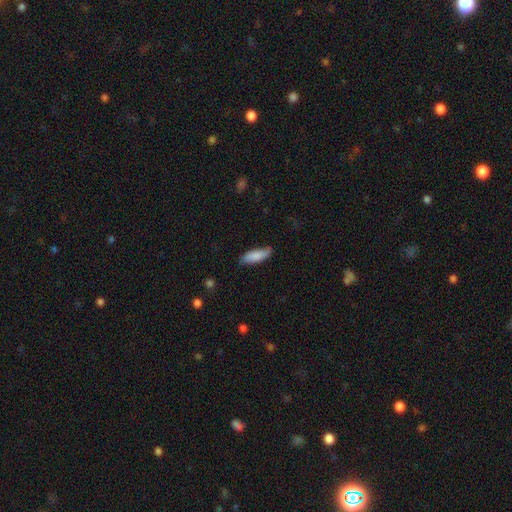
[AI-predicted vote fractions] Q: Smooth or featured?
A: smooth (84%); runner-up: featured or disk (10%)
Q: How rounded?
A: in between (54%); runner-up: cigar-shaped (45%)
Q: Merging?
A: none (76%); runner-up: minor disturbance (19%)